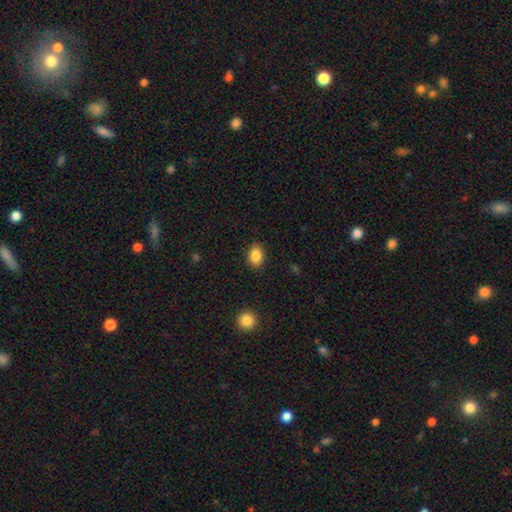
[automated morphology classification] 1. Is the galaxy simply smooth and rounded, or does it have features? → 87% smooth, 9% star or artifact, 5% featured or disk.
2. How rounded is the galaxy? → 67% in between, 32% round, 1% cigar-shaped.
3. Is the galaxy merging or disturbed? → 88% none, 9% minor disturbance, 2% major disturbance, 1% merger.